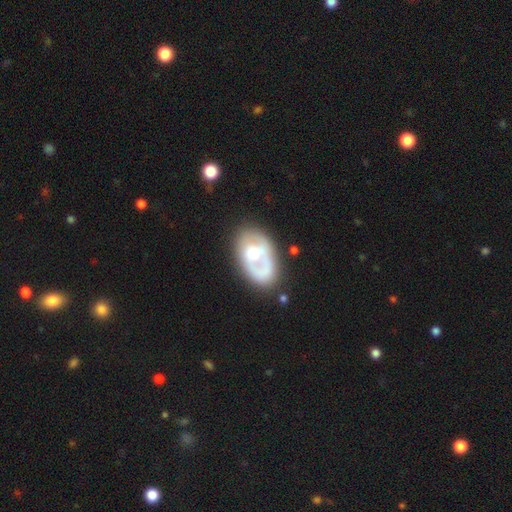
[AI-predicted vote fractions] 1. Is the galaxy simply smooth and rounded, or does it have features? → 55% featured or disk, 39% smooth, 6% star or artifact.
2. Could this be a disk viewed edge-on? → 94% no, 6% yes.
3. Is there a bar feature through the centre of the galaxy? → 76% no, 19% weak, 5% strong.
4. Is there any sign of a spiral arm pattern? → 62% no, 38% yes.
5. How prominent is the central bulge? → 57% moderate, 18% large, 18% small, 5% none, 2% dominant.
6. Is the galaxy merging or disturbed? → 55% none, 25% minor disturbance, 15% major disturbance, 5% merger.